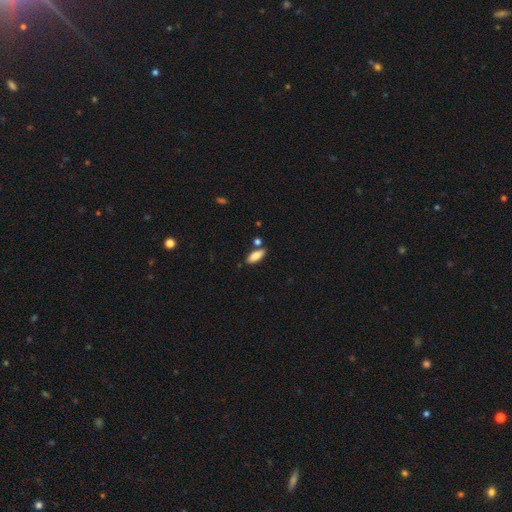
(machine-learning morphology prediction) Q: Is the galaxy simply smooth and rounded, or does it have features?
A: smooth — 81%.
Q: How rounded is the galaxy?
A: in between — 78%.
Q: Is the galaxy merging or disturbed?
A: none — 79%.